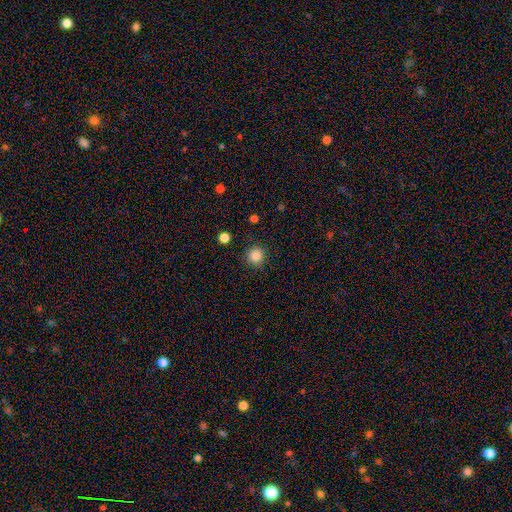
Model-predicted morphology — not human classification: A smooth galaxy with no disk features (85%) that is round (94%). Merging: none (88%).